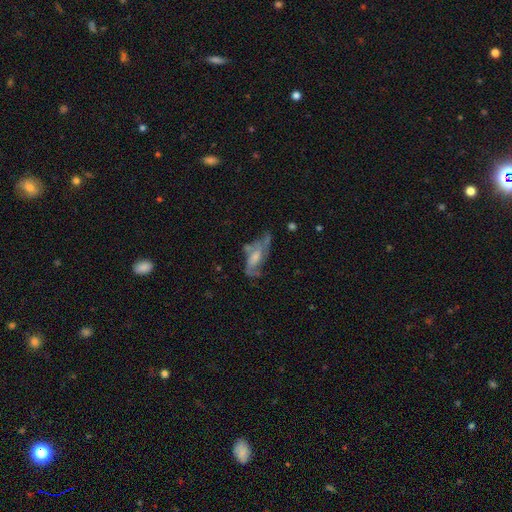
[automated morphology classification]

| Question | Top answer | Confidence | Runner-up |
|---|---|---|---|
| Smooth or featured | featured or disk | 68% | smooth (22%) |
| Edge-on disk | no | 88% | yes (12%) |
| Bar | no | 56% | weak (34%) |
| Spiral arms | yes | 78% | no (22%) |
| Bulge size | moderate | 45% | small (30%) |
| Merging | none | 47% | minor disturbance (24%) |